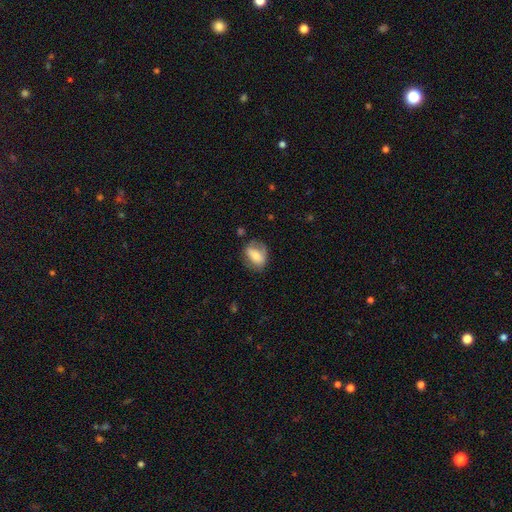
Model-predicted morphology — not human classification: Smooth or featured? smooth (63%)
How rounded? in between (79%)
Merging? none (56%)